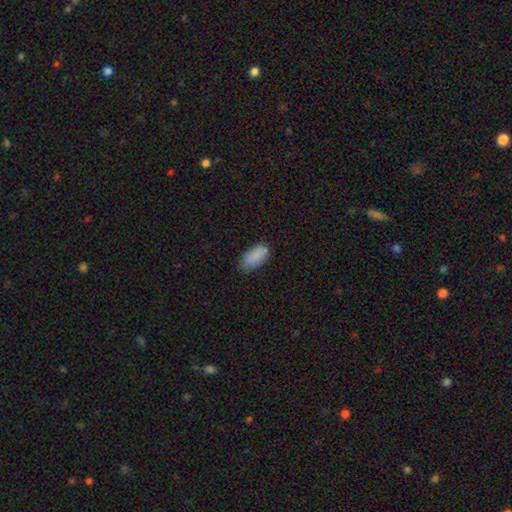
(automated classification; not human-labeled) Smooth or featured?
  - smooth: 88% *
  - star or artifact: 7%
  - featured or disk: 5%
How rounded?
  - in between: 93% *
  - cigar-shaped: 5%
  - round: 2%
Merging?
  - none: 69% *
  - minor disturbance: 25%
  - major disturbance: 5%
  - merger: 1%